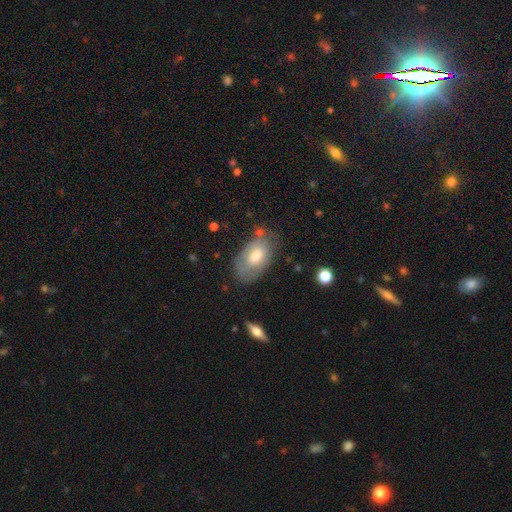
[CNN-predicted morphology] Overall: smooth (62%; featured or disk 31%). How rounded: in between (92%). Merging: none (62%; minor disturbance 26%).